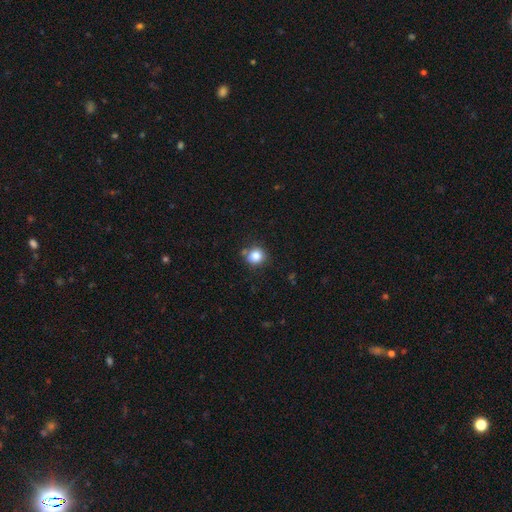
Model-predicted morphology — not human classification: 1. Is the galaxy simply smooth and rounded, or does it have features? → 83% smooth, 11% star or artifact, 6% featured or disk.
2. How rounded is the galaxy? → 89% round, 10% in between, 1% cigar-shaped.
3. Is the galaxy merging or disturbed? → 79% none, 12% minor disturbance, 6% merger, 3% major disturbance.